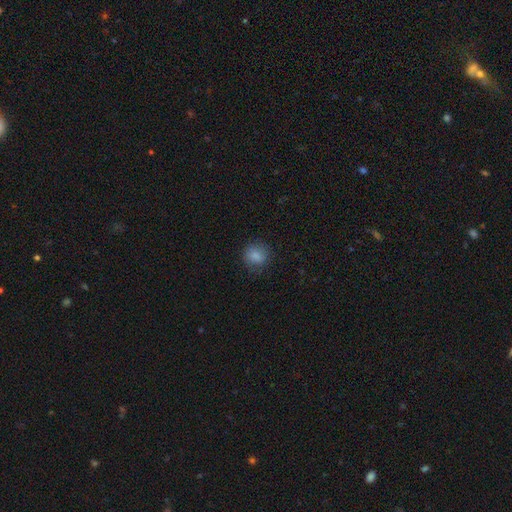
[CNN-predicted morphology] A smooth galaxy with no disk features (83%) that is round (79%).

Vote fractions:
- Smooth or featured? smooth: 83% / star or artifact: 10% / featured or disk: 7%
- How rounded? round: 79% / in between: 20% / cigar-shaped: 1%
- Merging? none: 78% / minor disturbance: 16% / major disturbance: 5% / merger: 1%